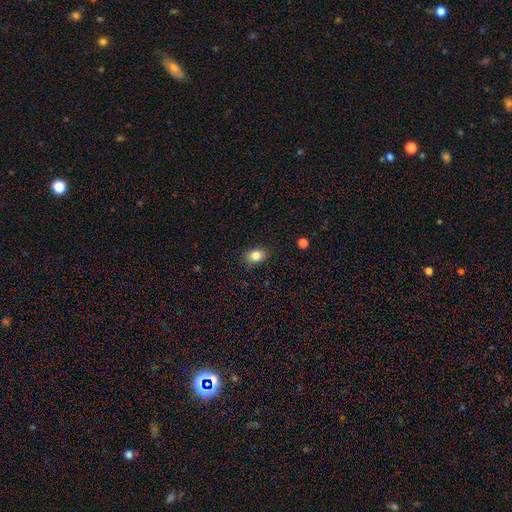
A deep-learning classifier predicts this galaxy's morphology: smooth 84%, star or artifact 9%, featured or disk 6%. Down the decision tree: how rounded — in between (74%); merging — none (86%).